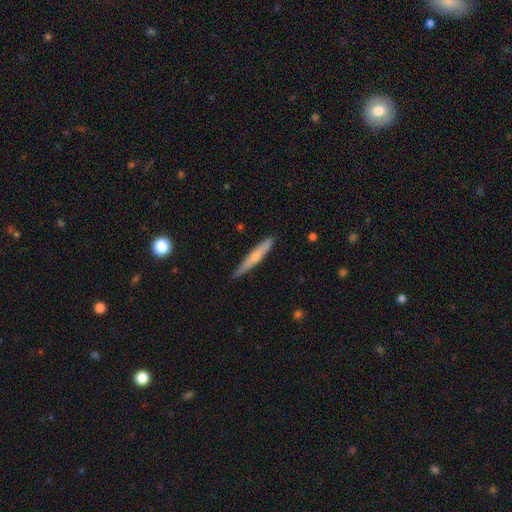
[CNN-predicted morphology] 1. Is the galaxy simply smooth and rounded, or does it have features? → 54% smooth, 40% featured or disk, 6% star or artifact.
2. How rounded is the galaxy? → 94% cigar-shaped, 5% in between, 1% round.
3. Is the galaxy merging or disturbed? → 83% none, 14% minor disturbance, 2% major disturbance, 1% merger.